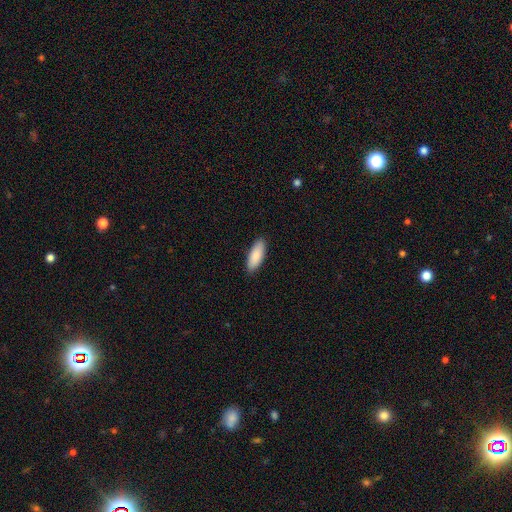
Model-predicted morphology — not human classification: Q: Smooth or featured?
A: smooth (88%); runner-up: featured or disk (7%)
Q: How rounded?
A: in between (73%); runner-up: cigar-shaped (26%)
Q: Merging?
A: none (90%); runner-up: minor disturbance (8%)